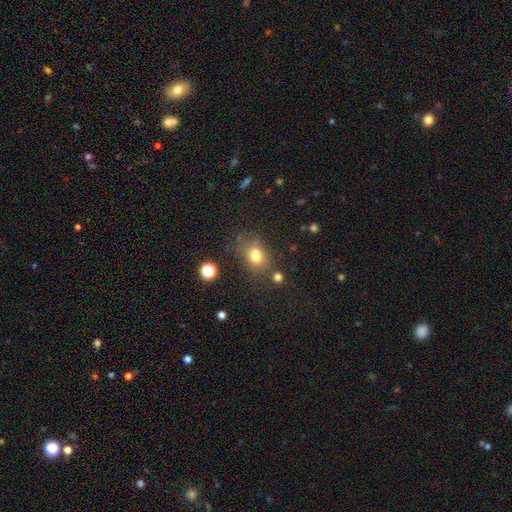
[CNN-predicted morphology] smooth 74%, star or artifact 15%, featured or disk 11%. Down the decision tree: how rounded — in between (58%); merging — none (60%).